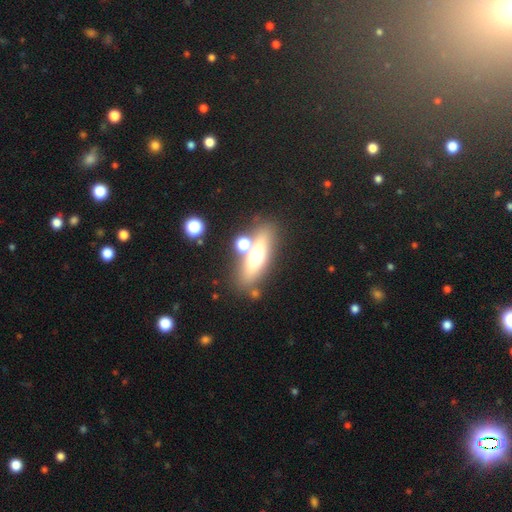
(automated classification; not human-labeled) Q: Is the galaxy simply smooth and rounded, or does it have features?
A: smooth — 47%.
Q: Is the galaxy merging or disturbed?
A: none — 71%.